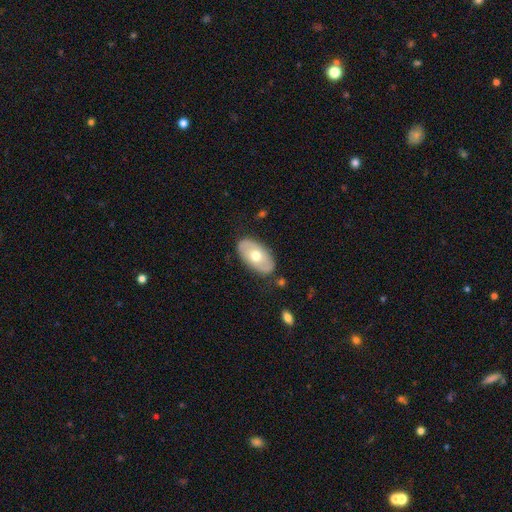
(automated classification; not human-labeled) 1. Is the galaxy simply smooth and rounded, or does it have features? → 52% smooth, 43% featured or disk, 5% star or artifact.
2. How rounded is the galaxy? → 93% in between, 5% round, 2% cigar-shaped.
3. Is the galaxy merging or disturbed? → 83% none, 12% minor disturbance, 3% major disturbance, 2% merger.